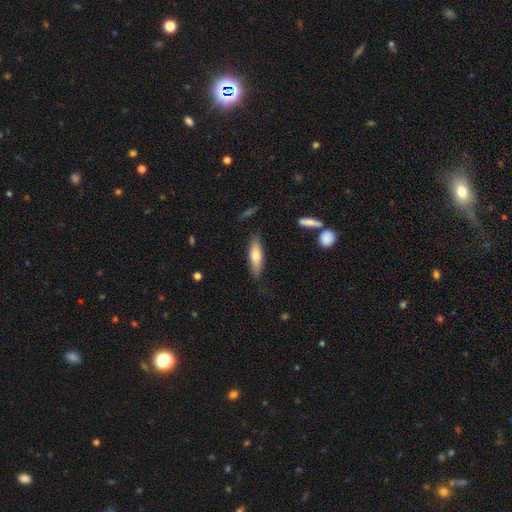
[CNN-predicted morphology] Smooth or featured? smooth (65%)
How rounded? cigar-shaped (56%)
Merging? none (82%)